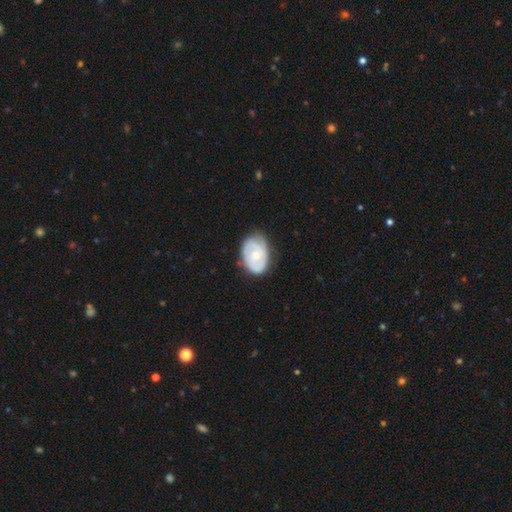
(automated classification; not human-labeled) The model was most divided on "bulge size": moderate: 47%, small: 46%, none: 4%, large: 3%, dominant: 1%. More confident: edge-on disk — no (97%); spiral arms — yes (76%); bar — no (76%); merging — none (66%); smooth or featured — featured or disk (60%).